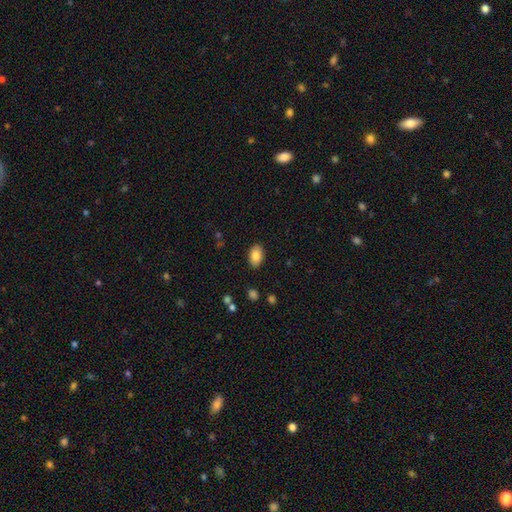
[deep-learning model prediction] Q: Smooth or featured?
A: smooth (83%); runner-up: featured or disk (9%)
Q: How rounded?
A: in between (90%); runner-up: round (9%)
Q: Merging?
A: none (87%); runner-up: minor disturbance (10%)